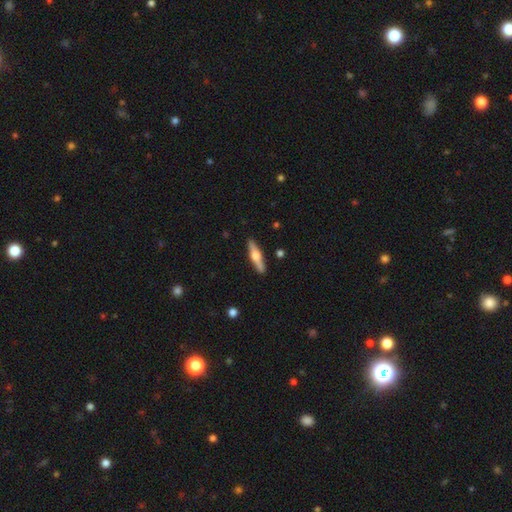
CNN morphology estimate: Smooth or featured?
  - featured or disk: 58% *
  - smooth: 36%
  - star or artifact: 5%
Edge-on disk?
  - yes: 96% *
  - no: 4%
Edge-on bulge?
  - rounded: 93% *
  - boxy: 4%
  - none: 3%
Merging?
  - none: 90% *
  - minor disturbance: 7%
  - major disturbance: 2%
  - merger: 1%